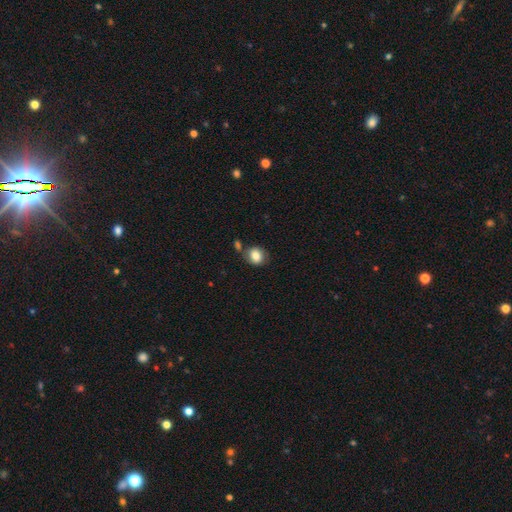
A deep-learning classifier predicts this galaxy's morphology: smooth_or_featured: smooth (p=0.82) [alt: featured or disk p=0.10]
how_rounded: round (p=0.65) [alt: in between p=0.34]
merging: none (p=0.62) [alt: minor disturbance p=0.17]